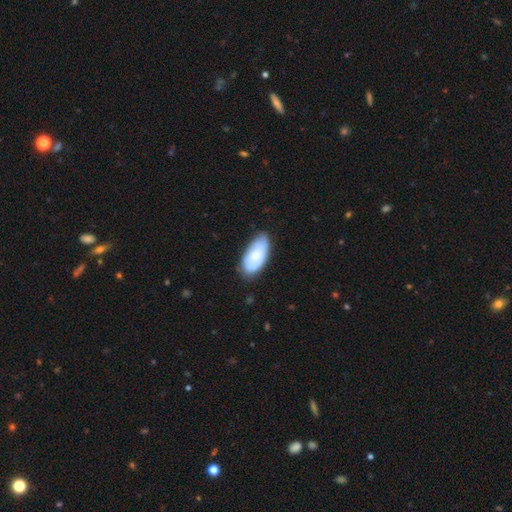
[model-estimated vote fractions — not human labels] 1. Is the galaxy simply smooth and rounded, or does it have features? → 61% smooth, 33% featured or disk, 6% star or artifact.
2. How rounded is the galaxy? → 93% in between, 5% cigar-shaped, 2% round.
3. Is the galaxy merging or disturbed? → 67% none, 26% minor disturbance, 5% major disturbance, 2% merger.